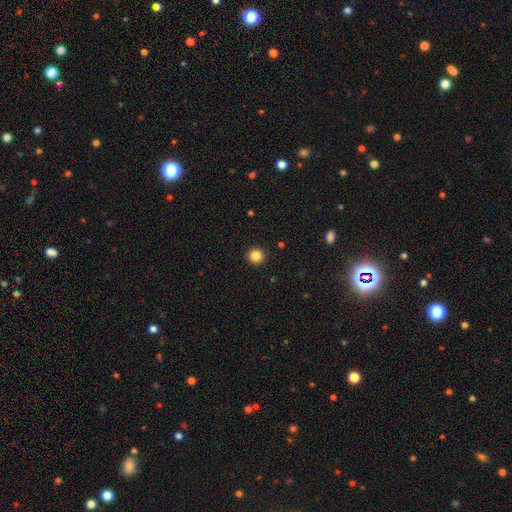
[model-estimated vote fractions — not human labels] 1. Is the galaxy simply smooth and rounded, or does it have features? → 86% smooth, 11% star or artifact, 3% featured or disk.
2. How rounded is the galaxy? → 95% round, 4% in between, 1% cigar-shaped.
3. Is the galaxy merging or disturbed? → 93% none, 4% minor disturbance, 2% major disturbance, 1% merger.